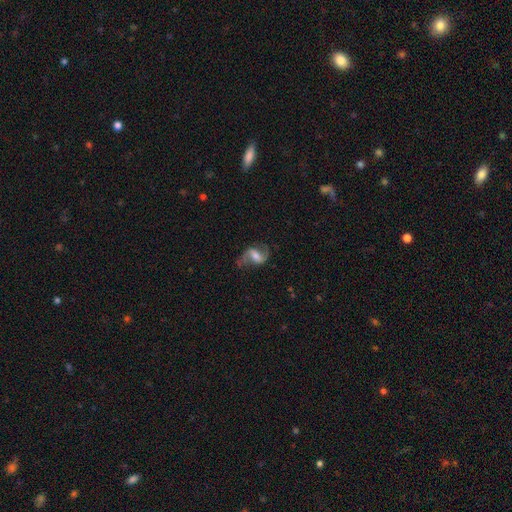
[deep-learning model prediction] This is clearly a featured or disk galaxy (84%). It is clearly not viewed edge-on (97%). Bar: possibly weak (47%). Spiral arm pattern: clearly yes (95%). Spiral arm count: clearly 2 (91%). Spiral winding: likely loose (64%). Central bulge: possibly moderate (49%). Merging: likely none (68%).